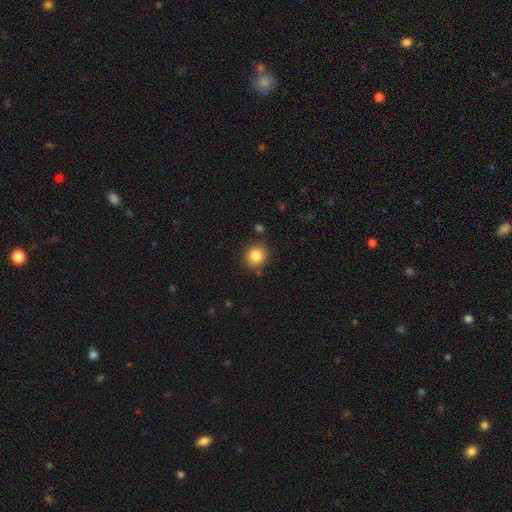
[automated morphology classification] The model was most divided on "smooth or featured": smooth: 85%, star or artifact: 10%, featured or disk: 5%. More confident: how rounded — round (90%); merging — none (85%).